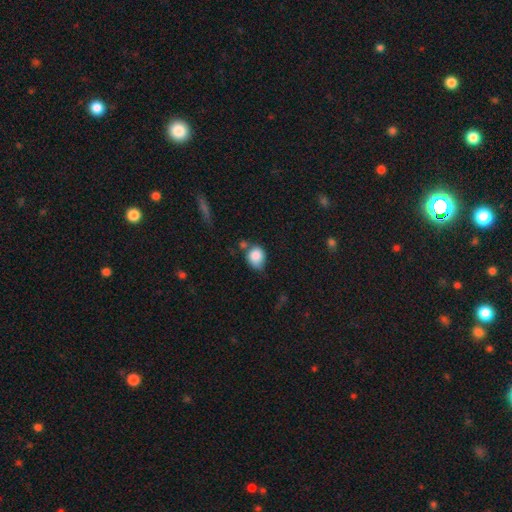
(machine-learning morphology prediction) A smooth galaxy with no disk features (85%) that is round (57%). Merging: none (48%).